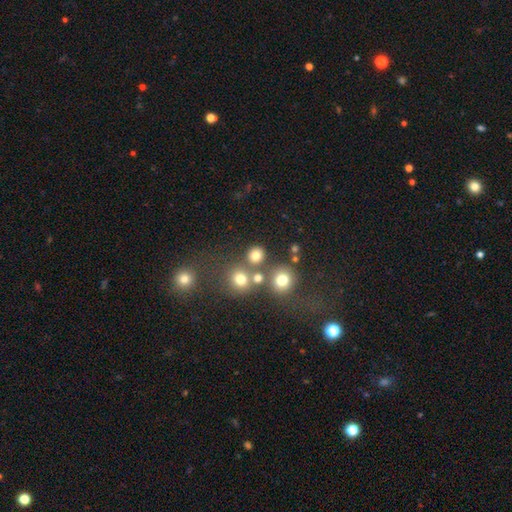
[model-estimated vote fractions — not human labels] This is likely a smooth galaxy (76%). How rounded: clearly round (86%). Merging: likely none (72%).